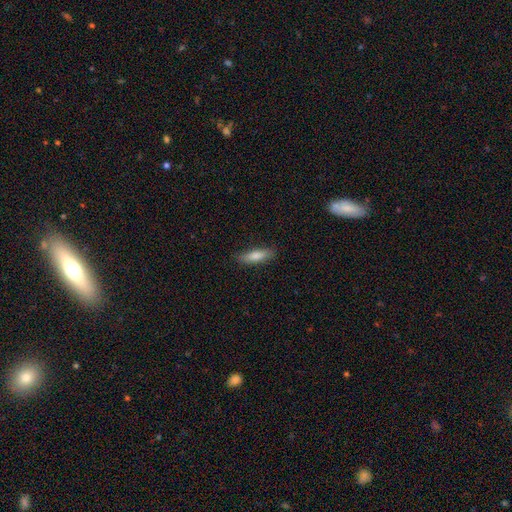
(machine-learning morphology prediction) type=smooth (75%); roundness=cigar-shaped (66%); merging=none (86%).